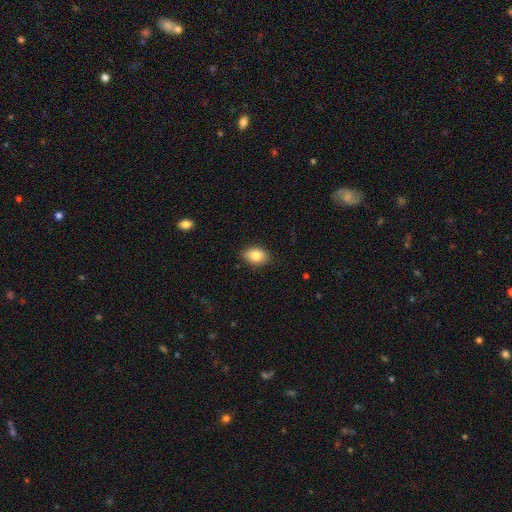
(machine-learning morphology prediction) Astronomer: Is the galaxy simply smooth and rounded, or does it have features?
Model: smooth — 83%.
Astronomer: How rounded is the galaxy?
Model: in between — 81%.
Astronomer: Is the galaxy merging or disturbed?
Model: none — 86%.